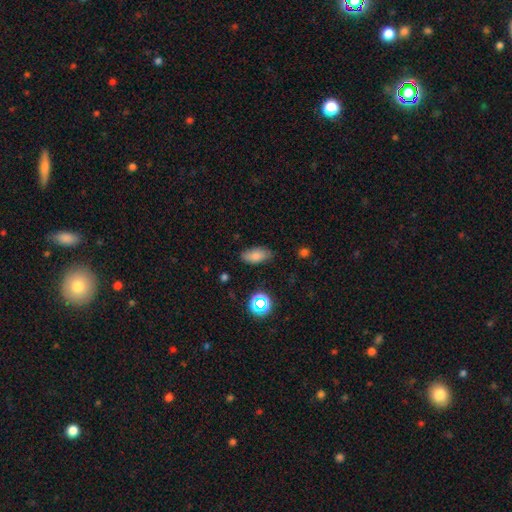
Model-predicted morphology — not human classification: Smooth or featured? smooth (79%)
How rounded? in between (89%)
Merging? none (80%)